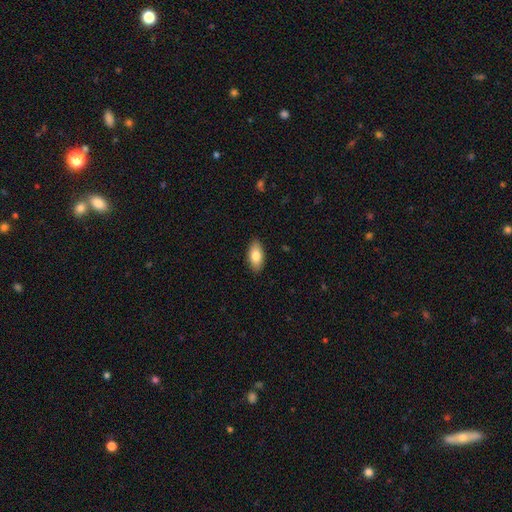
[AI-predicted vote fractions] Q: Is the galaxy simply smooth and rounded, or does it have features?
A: smooth — 82%.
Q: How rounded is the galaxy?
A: in between — 92%.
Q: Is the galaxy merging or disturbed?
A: none — 89%.